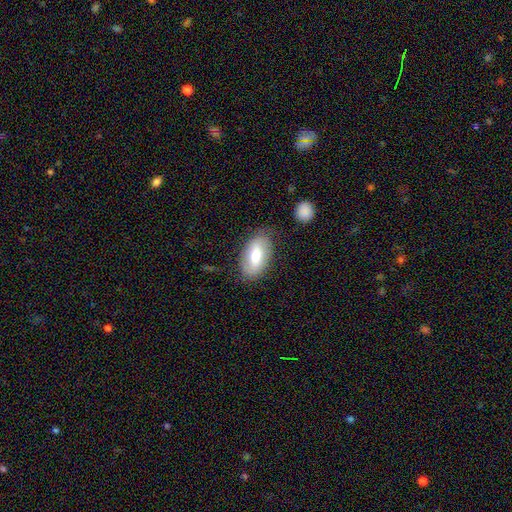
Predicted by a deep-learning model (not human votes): This is likely a smooth galaxy (66%). How rounded: clearly in between (92%). Merging: likely none (77%).